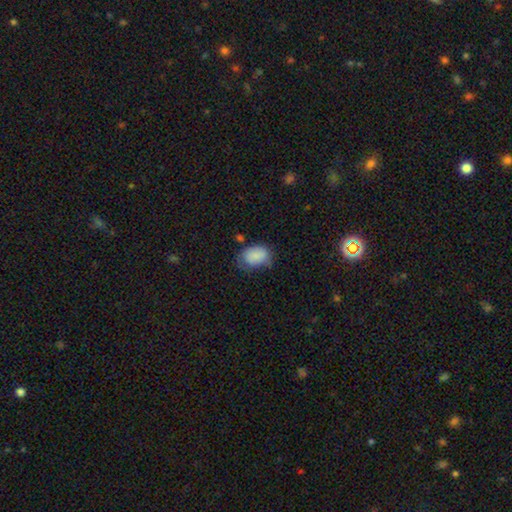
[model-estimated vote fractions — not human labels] Morphology: type=smooth (83%); roundness=in between (81%); merging=none (52%).